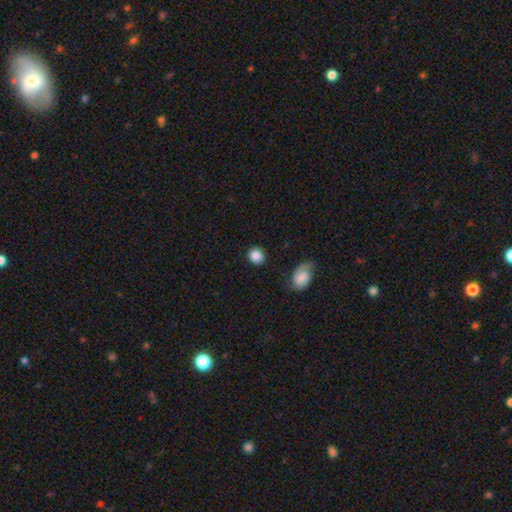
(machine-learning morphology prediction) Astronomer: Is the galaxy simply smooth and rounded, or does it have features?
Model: smooth — 85%.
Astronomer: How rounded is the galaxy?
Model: round — 80%.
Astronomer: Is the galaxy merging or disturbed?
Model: none — 85%.